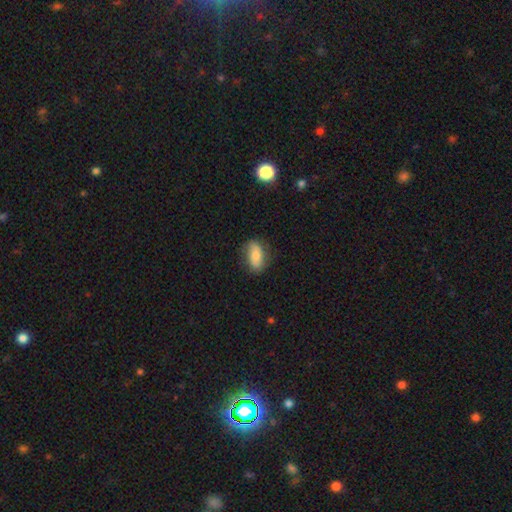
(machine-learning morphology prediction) Smooth or featured? Predicted: smooth (p=0.76). How rounded? Predicted: in between (p=0.86). Merging? Predicted: none (p=0.77).